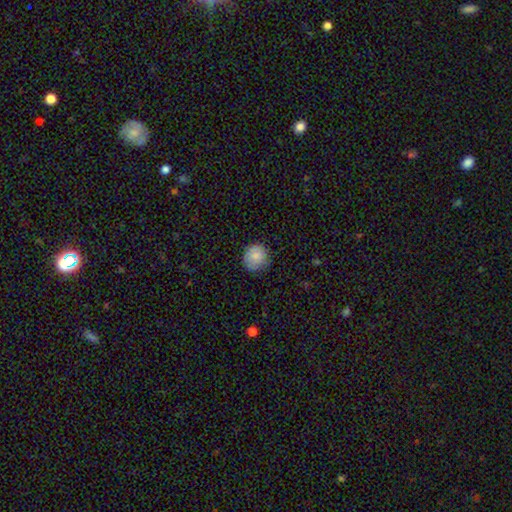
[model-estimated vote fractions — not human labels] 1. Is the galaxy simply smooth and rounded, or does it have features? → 84% smooth, 8% star or artifact, 8% featured or disk.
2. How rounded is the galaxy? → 85% round, 14% in between, 1% cigar-shaped.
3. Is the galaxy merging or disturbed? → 78% none, 17% minor disturbance, 3% major disturbance, 1% merger.